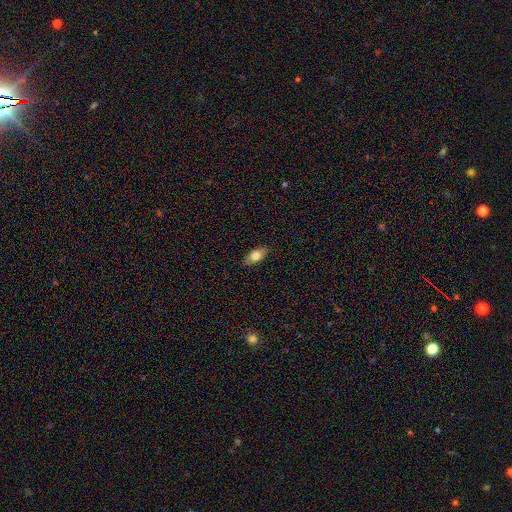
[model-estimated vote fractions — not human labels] smooth-or-featured: smooth: 75% | featured or disk: 18% | star or artifact: 7%
  how-rounded: in between: 85% | cigar-shaped: 11% | round: 4%
  merging: none: 85% | minor disturbance: 11% | major disturbance: 2% | merger: 1%